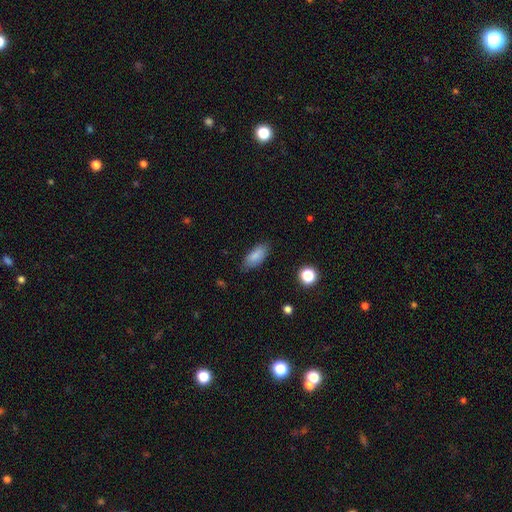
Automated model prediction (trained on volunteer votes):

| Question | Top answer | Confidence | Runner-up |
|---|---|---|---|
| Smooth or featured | smooth | 84% | featured or disk (9%) |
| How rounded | in between | 85% | cigar-shaped (13%) |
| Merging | none | 81% | minor disturbance (15%) |